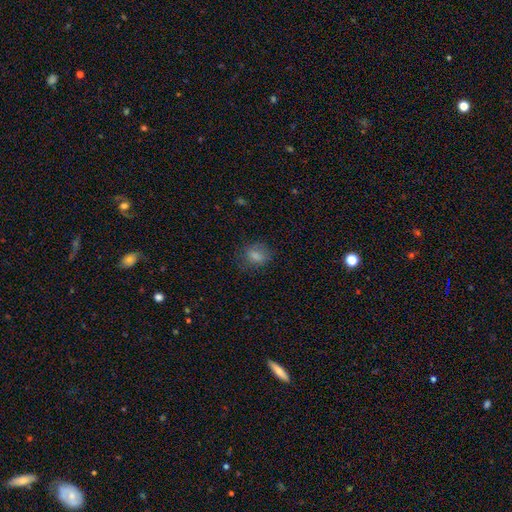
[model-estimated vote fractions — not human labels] smooth 79%, star or artifact 11%, featured or disk 10%. Down the decision tree: how rounded — in between (60%); merging — none (70%).